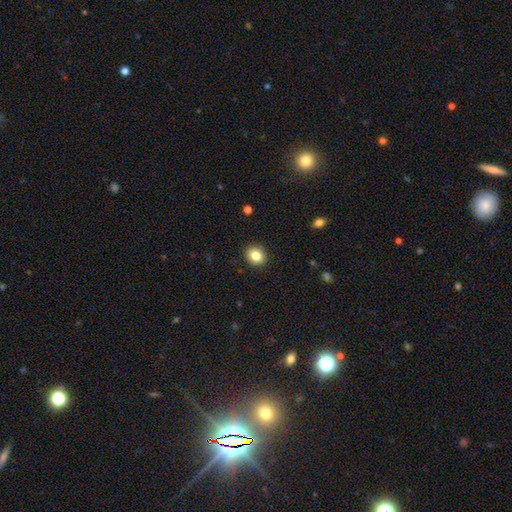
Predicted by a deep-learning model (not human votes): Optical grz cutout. It shows a smooth galaxy with no disk features (83%) that is round (68%). Merging: none (90%).